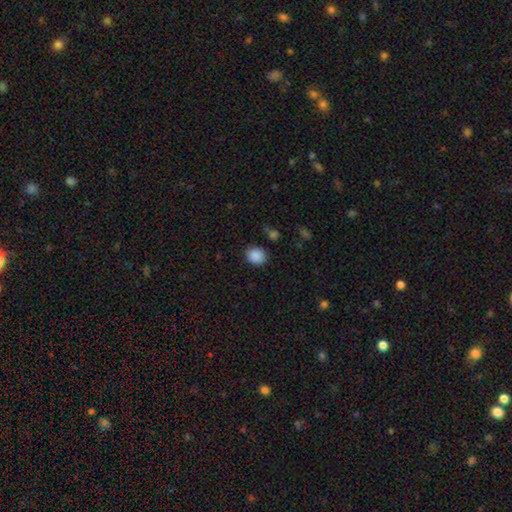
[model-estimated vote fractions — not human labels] smooth_or_featured: smooth (p=0.88) [alt: star or artifact p=0.09]
how_rounded: round (p=0.76) [alt: in between p=0.24]
merging: none (p=0.84) [alt: minor disturbance p=0.10]